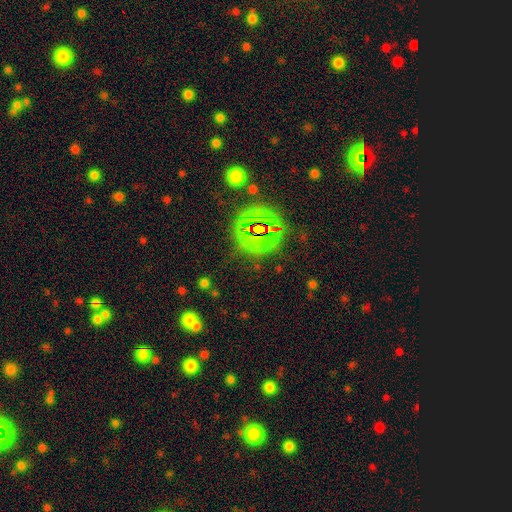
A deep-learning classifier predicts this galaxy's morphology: Smooth or featured: star or artifact — 72% (smooth — 17%)